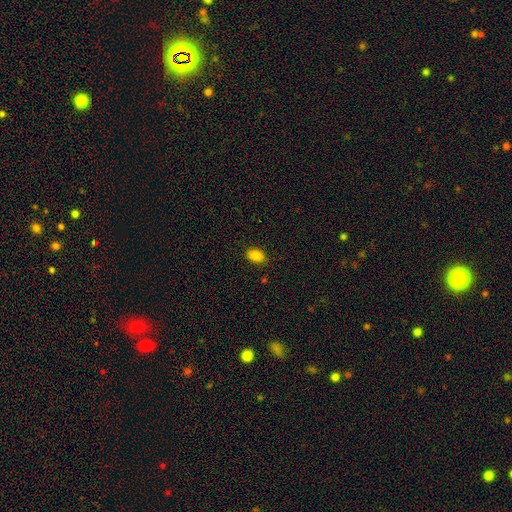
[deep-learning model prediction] A smooth galaxy with no disk features (87%) that is in between round and cigar-shaped (85%).

Vote fractions:
- Smooth or featured? smooth: 87% / star or artifact: 10% / featured or disk: 3%
- How rounded? in between: 85% / round: 14% / cigar-shaped: 1%
- Merging? none: 87% / minor disturbance: 10% / major disturbance: 2% / merger: 1%